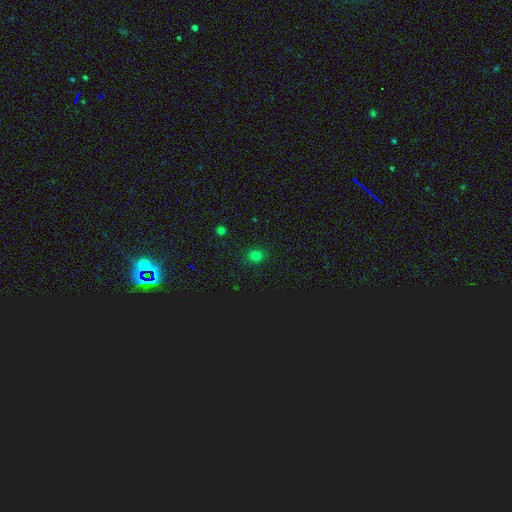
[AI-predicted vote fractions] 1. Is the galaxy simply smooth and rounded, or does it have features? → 73% smooth, 22% star or artifact, 4% featured or disk.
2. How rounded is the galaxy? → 81% round, 18% in between, 1% cigar-shaped.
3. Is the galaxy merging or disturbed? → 87% none, 9% minor disturbance, 3% major disturbance, 1% merger.